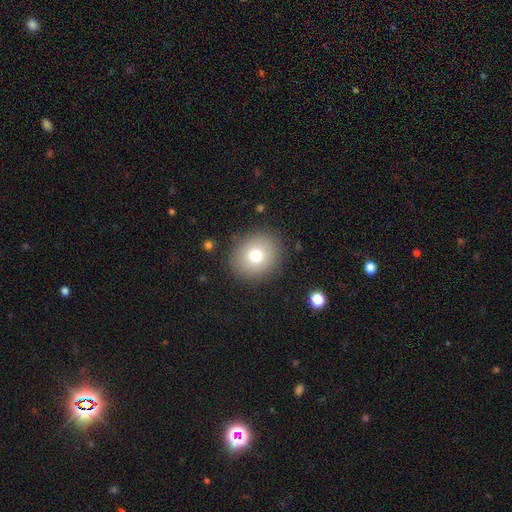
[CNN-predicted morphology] Smooth or featured?
  - smooth: 76% *
  - featured or disk: 13%
  - star or artifact: 11%
How rounded?
  - round: 80% *
  - in between: 19%
  - cigar-shaped: 1%
Merging?
  - none: 87% *
  - minor disturbance: 8%
  - major disturbance: 3%
  - merger: 1%